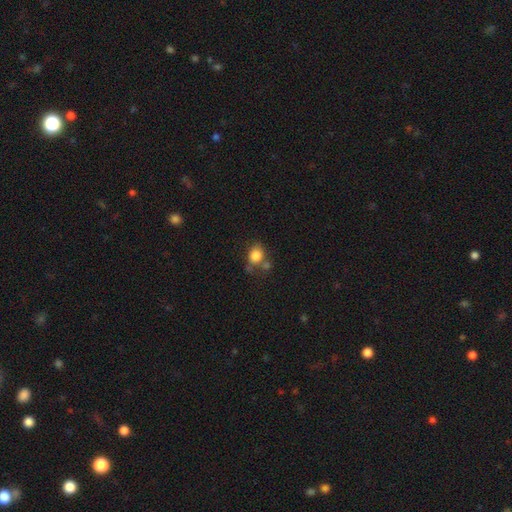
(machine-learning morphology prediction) type=smooth (83%); roundness=round (52%); merging=none (53%).